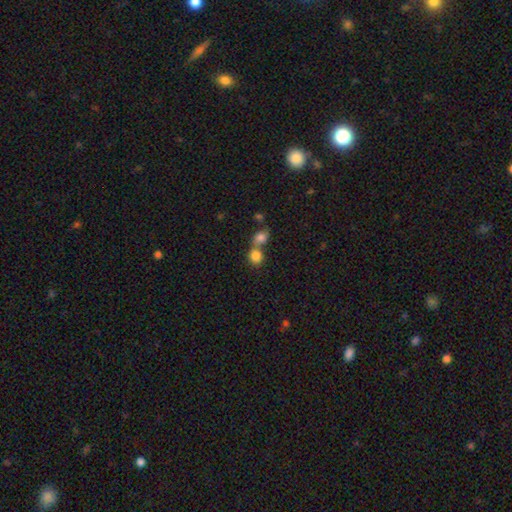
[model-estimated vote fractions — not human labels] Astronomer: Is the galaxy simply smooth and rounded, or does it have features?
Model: smooth — 82%.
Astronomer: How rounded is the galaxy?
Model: round — 71%.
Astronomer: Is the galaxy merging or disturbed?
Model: merger — 58% (runner-up: none, 33%).